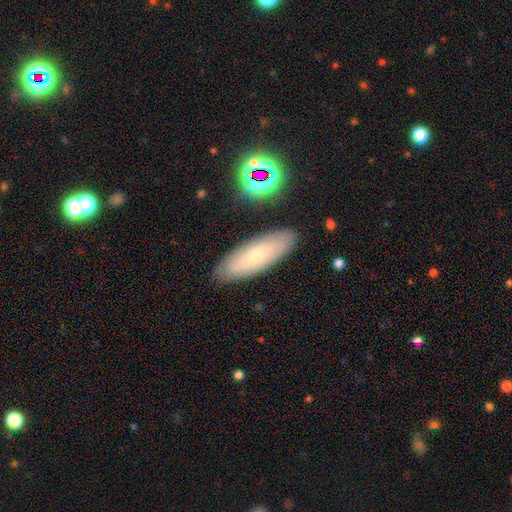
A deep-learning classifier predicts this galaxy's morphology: smooth-or-featured: smooth: 52% | featured or disk: 38% | star or artifact: 9%
  how-rounded: in between: 62% | cigar-shaped: 35% | round: 2%
  merging: none: 85% | minor disturbance: 10% | major disturbance: 2% | merger: 2%